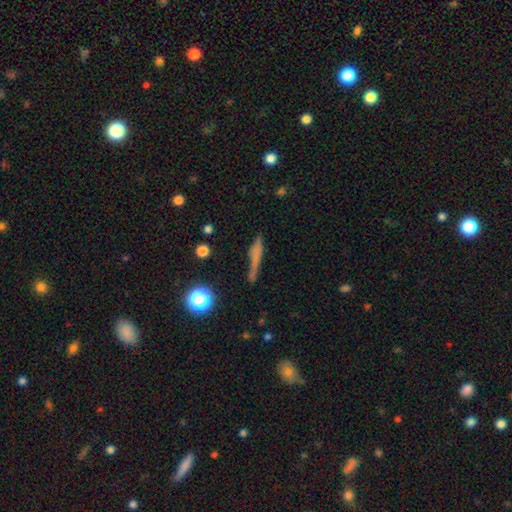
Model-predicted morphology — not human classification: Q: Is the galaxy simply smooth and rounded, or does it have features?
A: smooth — 55%.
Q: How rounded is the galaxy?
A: cigar-shaped — 84%.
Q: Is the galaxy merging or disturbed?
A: none — 68%.